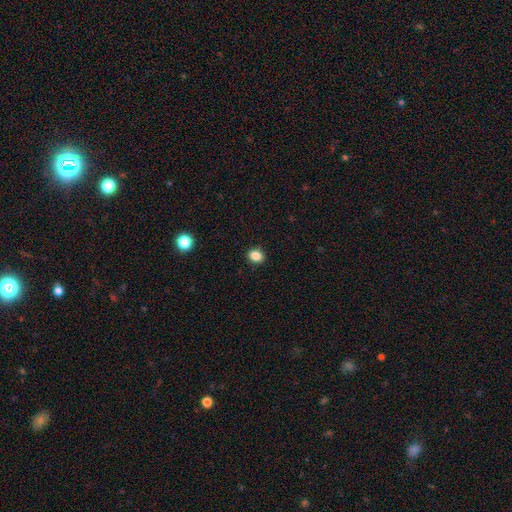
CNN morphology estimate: Overall: smooth (85%). How rounded: round (55%; in between 44%). Merging: none (90%).